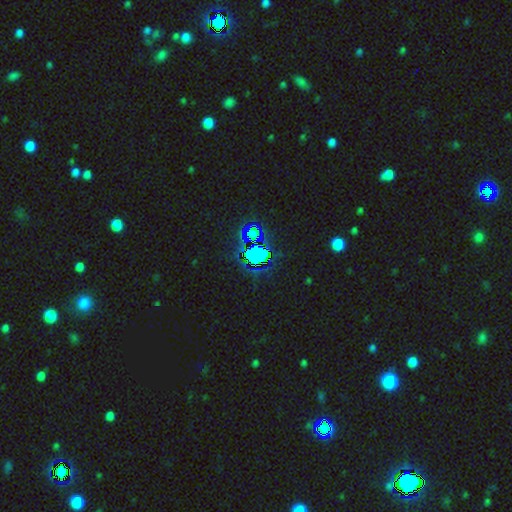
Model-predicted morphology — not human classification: This is likely a star or artifact rather than a galaxy (76%).